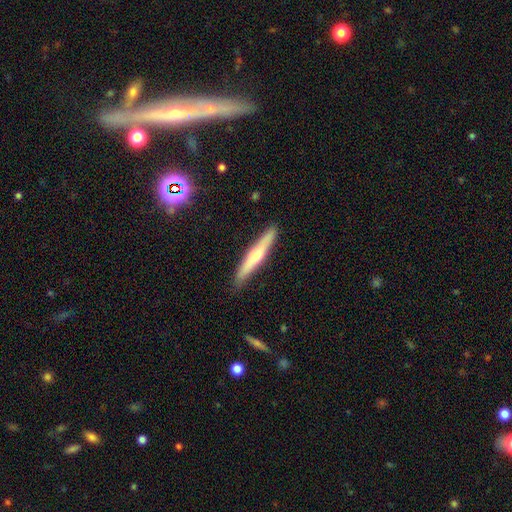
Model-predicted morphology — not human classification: smooth-or-featured: smooth: 49% | featured or disk: 44% | star or artifact: 6%
  merging: none: 88% | minor disturbance: 9% | major disturbance: 2% | merger: 1%